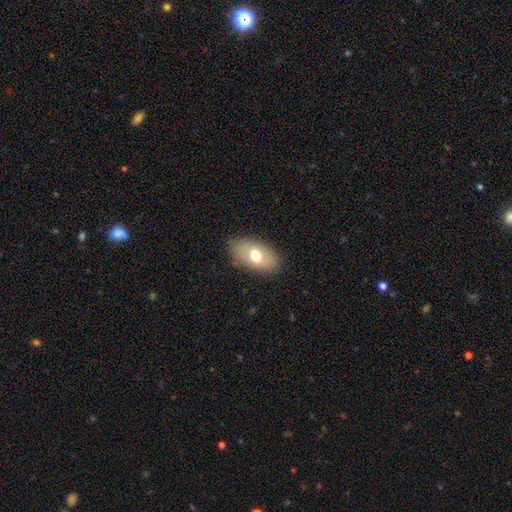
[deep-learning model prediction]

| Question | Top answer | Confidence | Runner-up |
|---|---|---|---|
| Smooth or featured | smooth | 67% | featured or disk (25%) |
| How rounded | in between | 91% | round (6%) |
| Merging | none | 80% | minor disturbance (15%) |